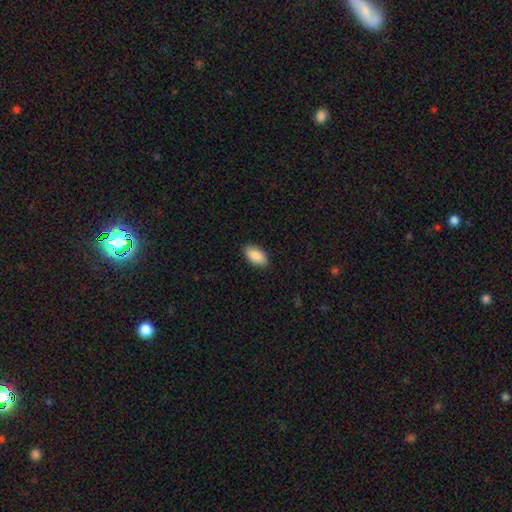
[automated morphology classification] smooth-or-featured: smooth: 89% | star or artifact: 6% | featured or disk: 5%
  how-rounded: in between: 94% | round: 3% | cigar-shaped: 2%
  merging: none: 89% | minor disturbance: 8% | major disturbance: 2% | merger: 1%